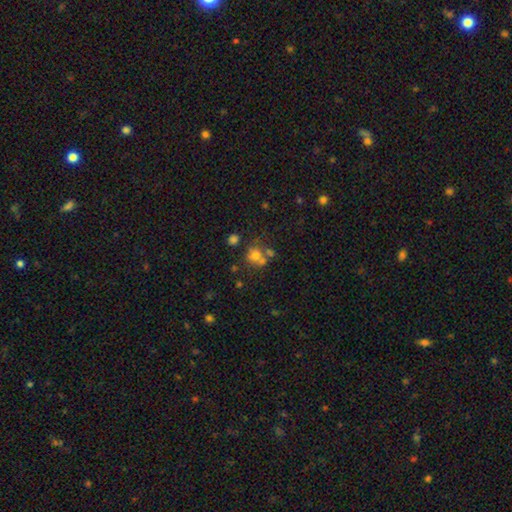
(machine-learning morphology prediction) type=smooth (66%); roundness=round (78%); merging=none (49%).